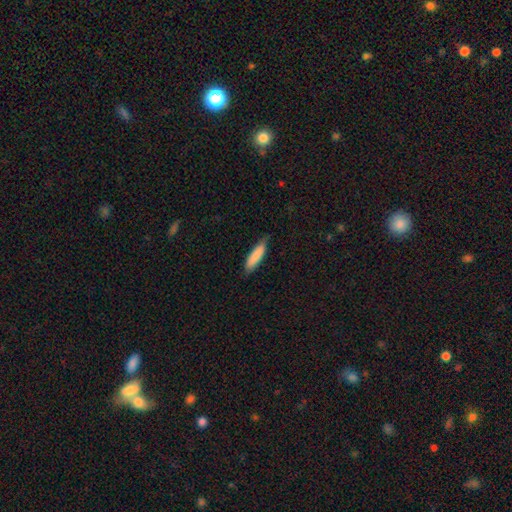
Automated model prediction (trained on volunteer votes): smooth 85%, featured or disk 9%, star or artifact 6%. Down the decision tree: how rounded — cigar-shaped (73%); merging — none (75%).